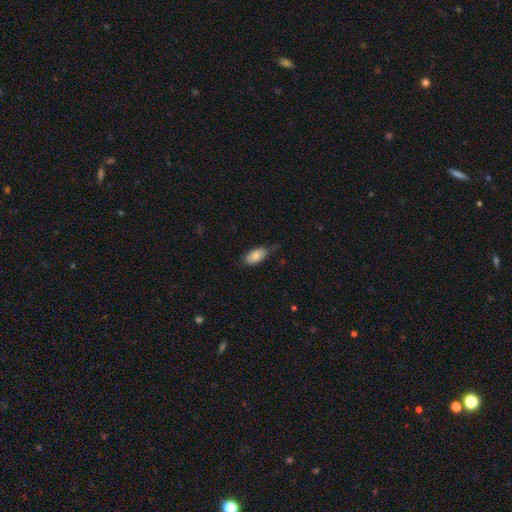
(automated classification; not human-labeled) Smooth or featured?
  - smooth: 81% *
  - featured or disk: 13%
  - star or artifact: 7%
How rounded?
  - in between: 94% *
  - cigar-shaped: 3%
  - round: 3%
Merging?
  - none: 67% *
  - minor disturbance: 26%
  - major disturbance: 5%
  - merger: 2%